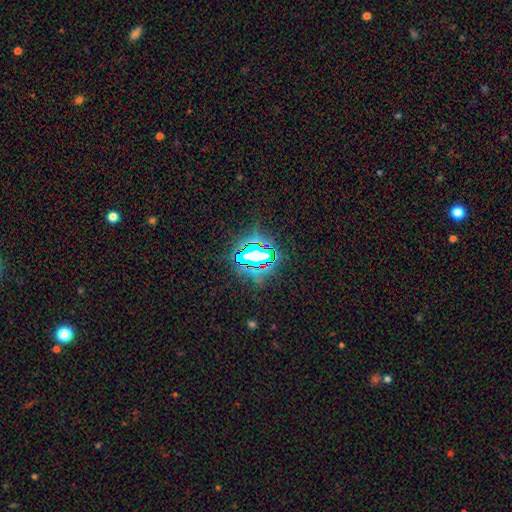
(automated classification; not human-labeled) This is likely a star or artifact rather than a galaxy (73%).